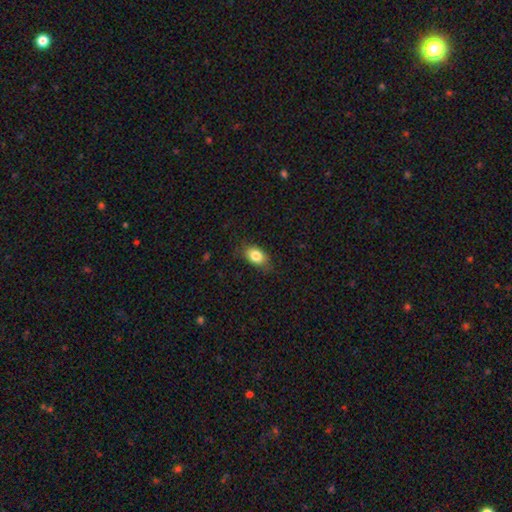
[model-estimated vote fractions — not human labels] Smooth or featured? smooth (83%)
How rounded? in between (84%)
Merging? none (78%)